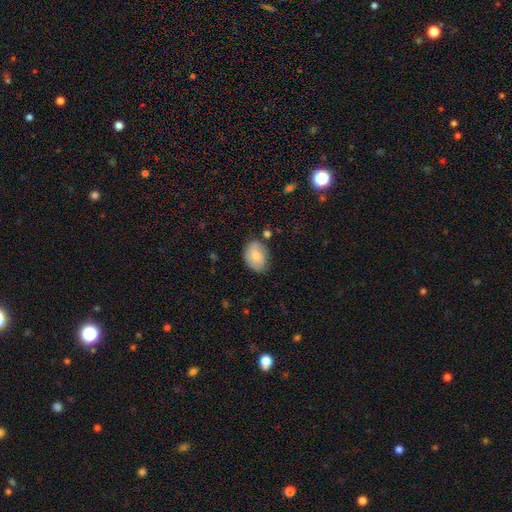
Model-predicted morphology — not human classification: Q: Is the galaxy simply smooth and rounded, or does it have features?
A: smooth — 76%.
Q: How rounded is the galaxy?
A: in between — 78%.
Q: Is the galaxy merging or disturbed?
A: none — 68%.